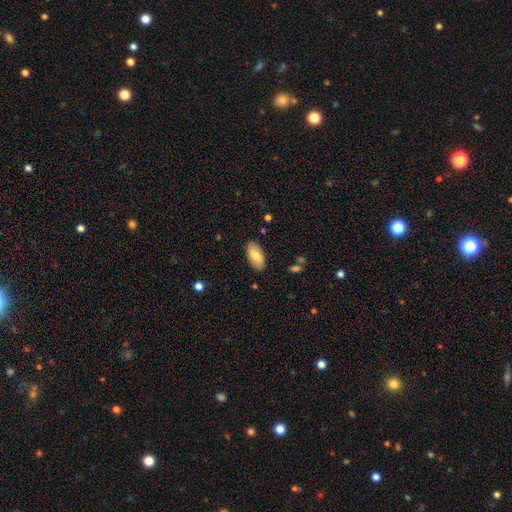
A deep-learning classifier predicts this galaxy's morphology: This is likely a smooth galaxy (71%). How rounded: clearly in between (92%). Merging: clearly none (86%).